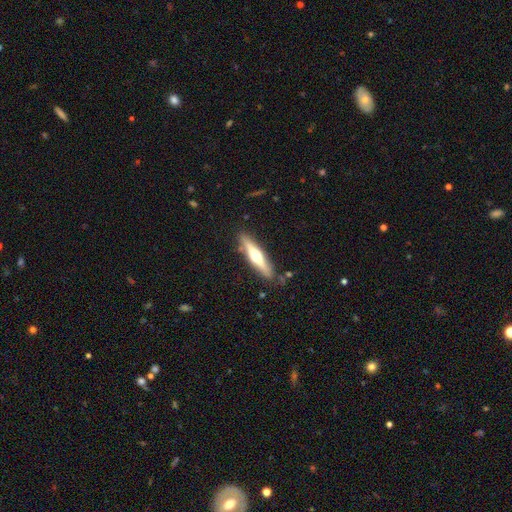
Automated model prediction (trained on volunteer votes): This is likely a featured or disk galaxy (60%). It is clearly viewed edge-on (95%). Edge-on bulge: clearly rounded (93%). Merging: clearly none (85%).